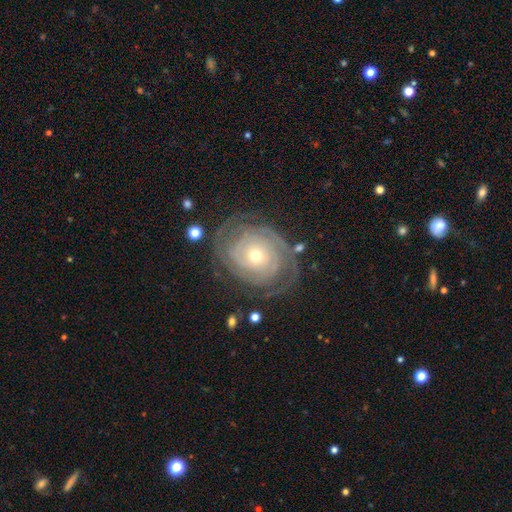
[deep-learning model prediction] Morphology: type=featured or disk (86%); edge-on=no (97%); bar=no (82%); spiral arms=yes (94%); winding=tight (81%); arm count=can't tell (32%); bulge=small (59%); merging=none (73%).